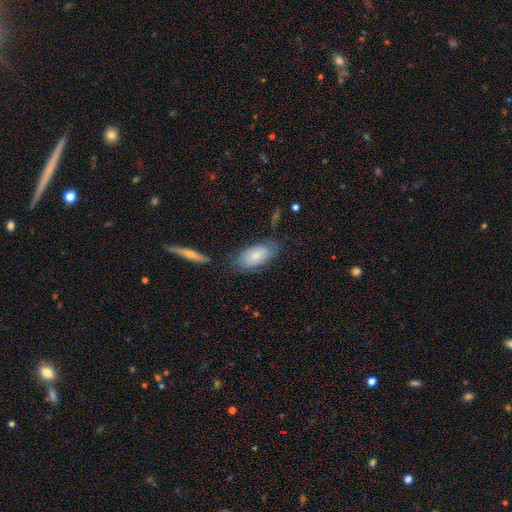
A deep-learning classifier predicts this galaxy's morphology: Smooth or featured: smooth — 76% (featured or disk — 18%)
How rounded: in between — 92% (cigar-shaped — 5%)
Merging: none — 65% (minor disturbance — 22%)